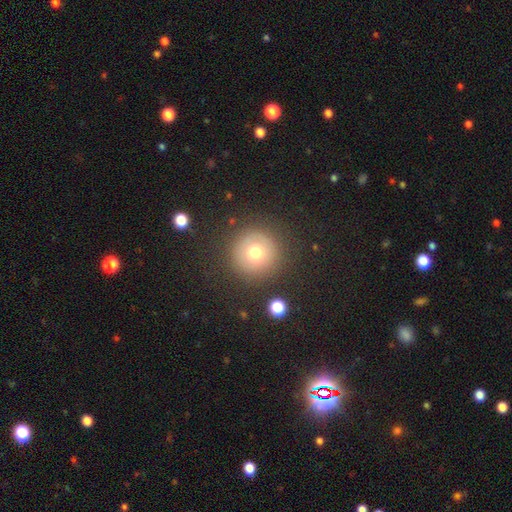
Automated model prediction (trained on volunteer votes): A smooth galaxy with no disk features (69%) that is round (96%).

Vote fractions:
- Smooth or featured? smooth: 69% / featured or disk: 17% / star or artifact: 13%
- How rounded? round: 96% / in between: 3% / cigar-shaped: 1%
- Merging? none: 85% / minor disturbance: 8% / major disturbance: 5% / merger: 2%